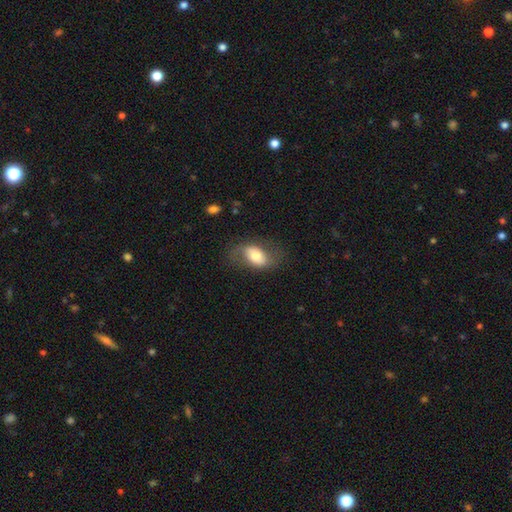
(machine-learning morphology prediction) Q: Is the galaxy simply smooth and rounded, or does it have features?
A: smooth — 59%.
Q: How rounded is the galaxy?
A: in between — 86%.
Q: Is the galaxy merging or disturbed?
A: none — 66%.